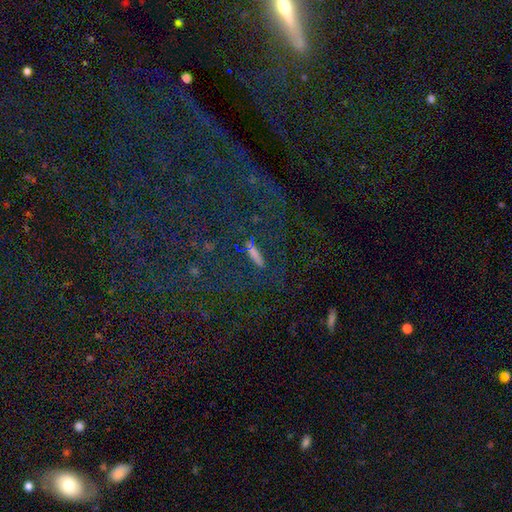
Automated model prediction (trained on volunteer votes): smooth_or_featured: smooth (p=0.41) [alt: star or artifact p=0.40]
merging: none (p=0.75) [alt: minor disturbance p=0.13]